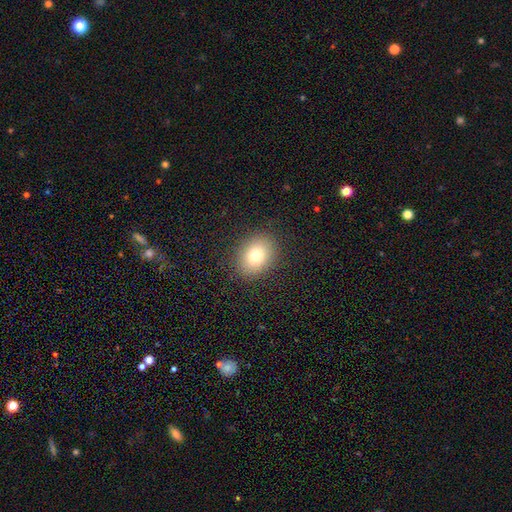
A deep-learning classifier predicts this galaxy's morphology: Smooth or featured? smooth (76%)
How rounded? in between (52%)
Merging? none (88%)